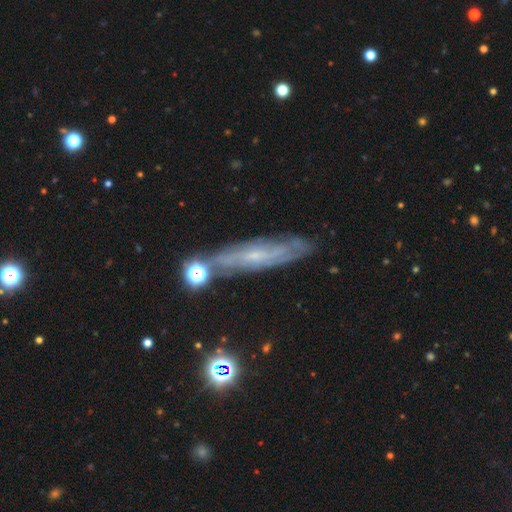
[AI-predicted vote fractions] smooth_or_featured: featured or disk (p=0.68) [alt: smooth p=0.22]
disk_edge_on: no (p=0.57) [alt: yes p=0.43]
merging: none (p=0.75) [alt: minor disturbance p=0.16]